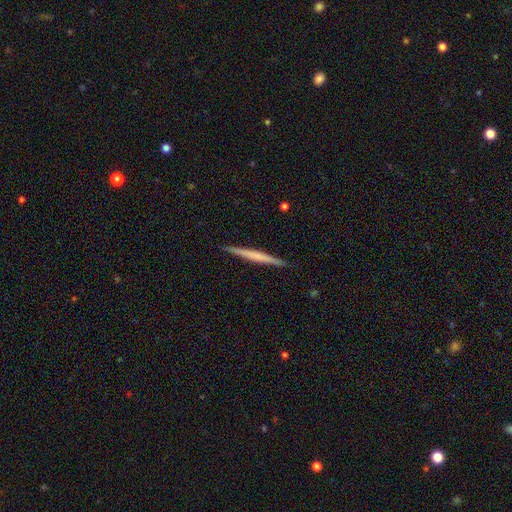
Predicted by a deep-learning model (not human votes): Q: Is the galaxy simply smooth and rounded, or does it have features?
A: featured or disk — 55%.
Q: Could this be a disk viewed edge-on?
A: yes — 98%.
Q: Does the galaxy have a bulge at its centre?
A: none — 68%.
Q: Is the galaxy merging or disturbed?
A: none — 92%.